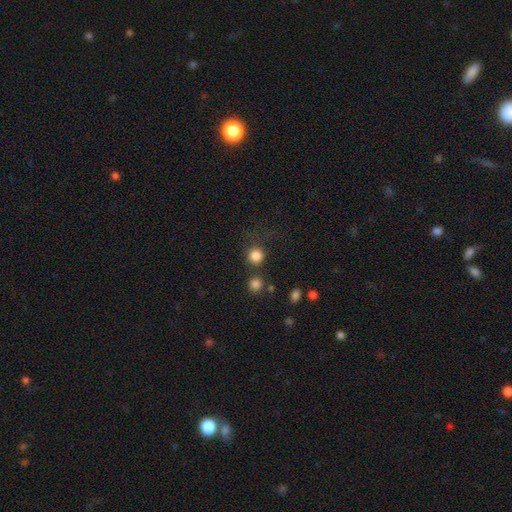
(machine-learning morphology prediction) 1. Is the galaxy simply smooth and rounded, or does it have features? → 82% smooth, 13% star or artifact, 5% featured or disk.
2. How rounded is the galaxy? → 93% round, 6% in between, 1% cigar-shaped.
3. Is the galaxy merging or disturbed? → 73% none, 11% merger, 10% minor disturbance, 5% major disturbance.